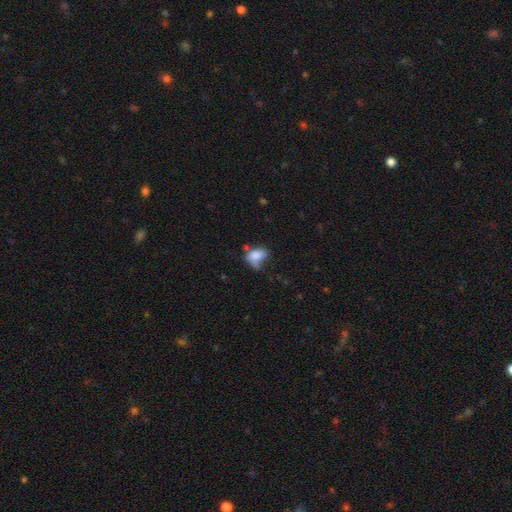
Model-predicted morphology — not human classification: This appears to be a smooth galaxy with no disk features (73%) that is in between round and cigar-shaped (79%). Merging: none (31%).